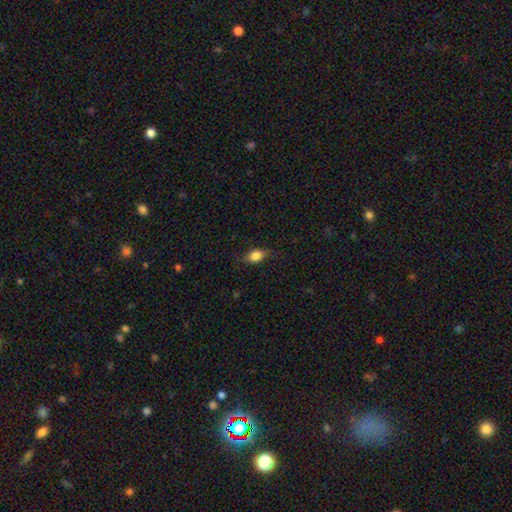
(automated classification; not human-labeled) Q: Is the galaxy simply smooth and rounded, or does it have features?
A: smooth — 81%.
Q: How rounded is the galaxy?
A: in between — 75%.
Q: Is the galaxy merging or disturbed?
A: none — 75%.